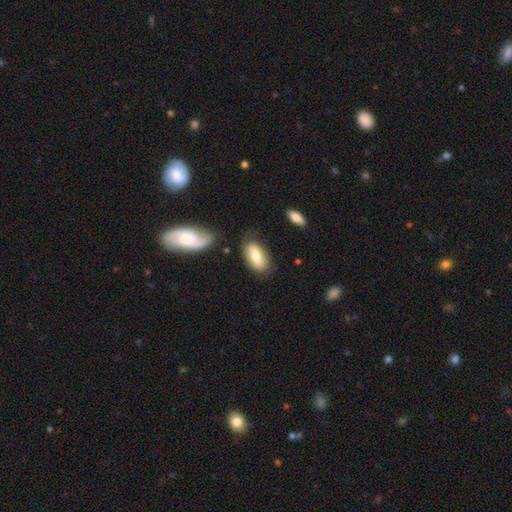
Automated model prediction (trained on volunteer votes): Q: Smooth or featured?
A: smooth (73%); runner-up: featured or disk (21%)
Q: How rounded?
A: in between (89%); runner-up: cigar-shaped (8%)
Q: Merging?
A: none (76%); runner-up: minor disturbance (16%)